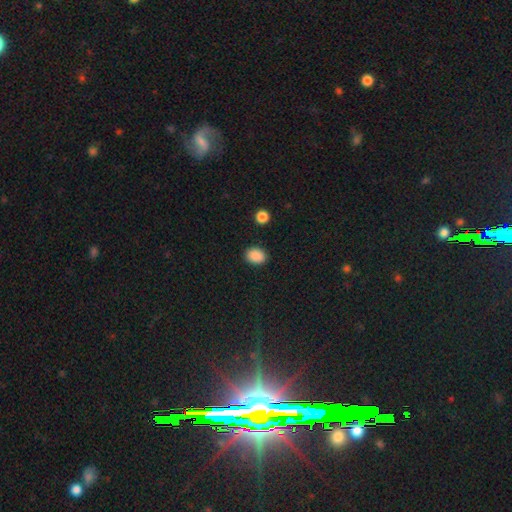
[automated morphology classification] A smooth galaxy with no disk features (89%) that is in between round and cigar-shaped (68%).

Vote fractions:
- Smooth or featured? smooth: 89% / star or artifact: 9% / featured or disk: 3%
- How rounded? in between: 68% / round: 31% / cigar-shaped: 1%
- Merging? none: 88% / minor disturbance: 8% / major disturbance: 2% / merger: 2%